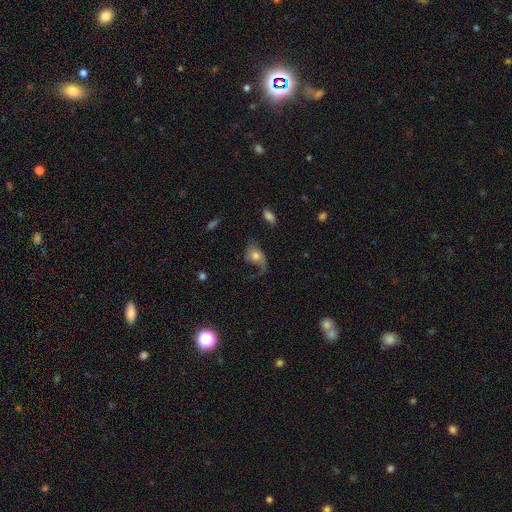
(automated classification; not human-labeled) A smooth galaxy with no disk features (46%). Merging: major disturbance (37%).